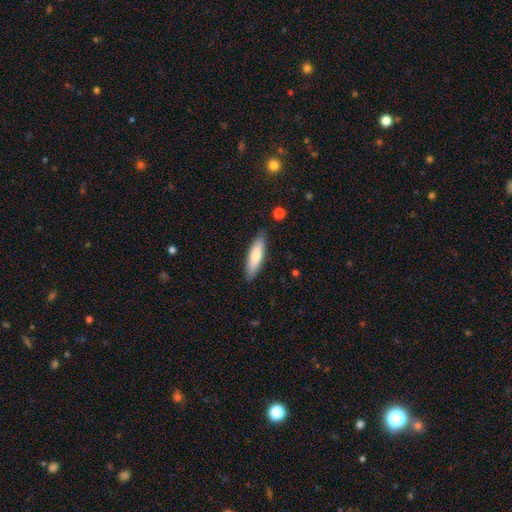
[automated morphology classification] This is likely a smooth galaxy (76%). How rounded: likely cigar-shaped (65%). Merging: clearly none (86%).